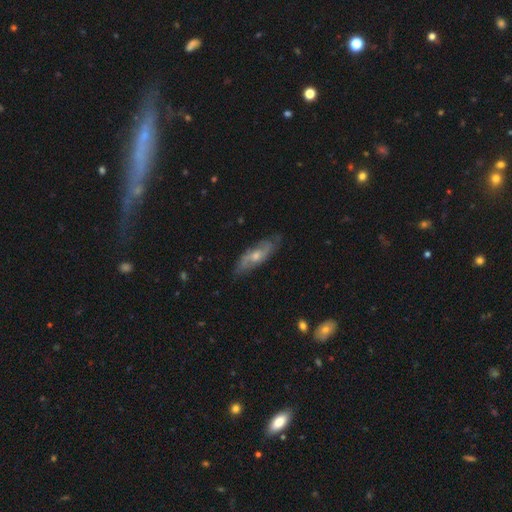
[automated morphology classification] featured or disk 71%, smooth 22%, star or artifact 7%. Down the decision tree: edge-on disk — no (75%); bar — no (61%); spiral arms — yes (85%); bulge size — moderate (60%); merging — none (80%).